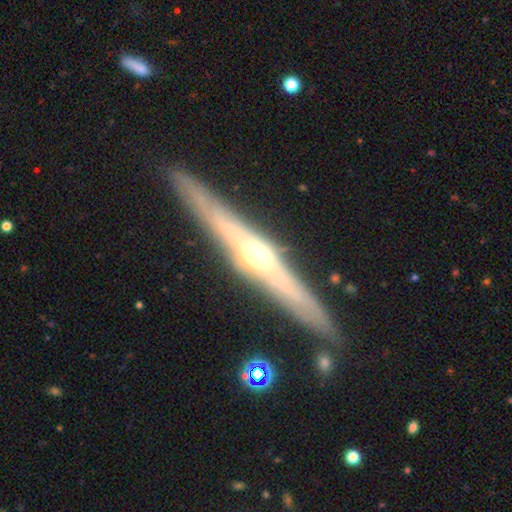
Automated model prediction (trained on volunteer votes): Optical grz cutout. It shows a featured or disk galaxy (81%) viewed edge-on (94%) with a rounded central bulge (84%). Merging: none (88%).